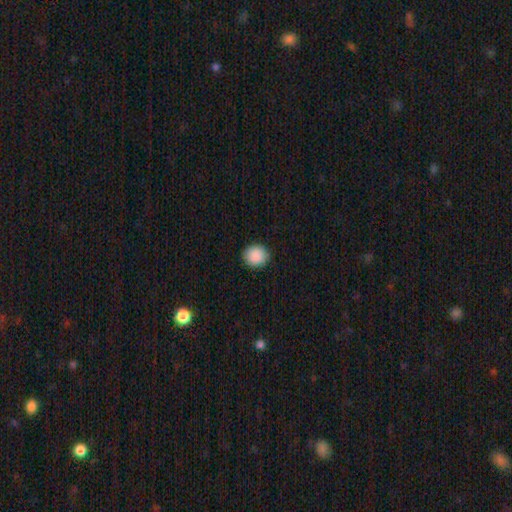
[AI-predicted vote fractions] Smooth or featured?
  - smooth: 90% *
  - star or artifact: 7%
  - featured or disk: 3%
How rounded?
  - round: 68% *
  - in between: 31%
  - cigar-shaped: 1%
Merging?
  - none: 88% *
  - minor disturbance: 9%
  - major disturbance: 2%
  - merger: 1%